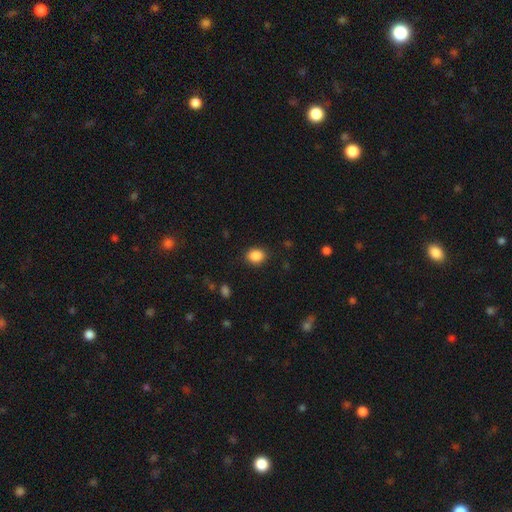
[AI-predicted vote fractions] Smooth or featured? smooth (88%)
How rounded? round (50%)
Merging? none (87%)